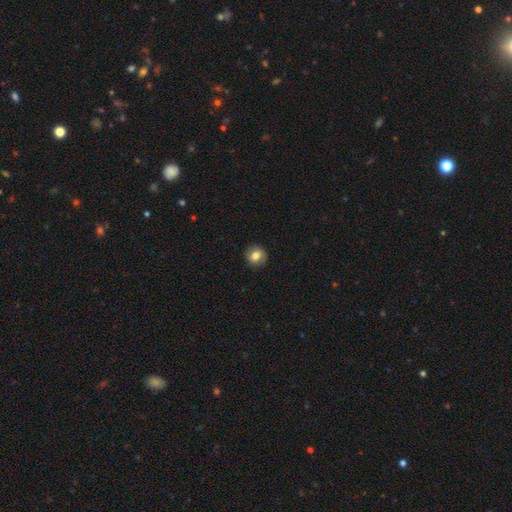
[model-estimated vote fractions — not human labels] This appears to be a smooth galaxy with no disk features (78%) that is round (86%). Merging: none (87%).